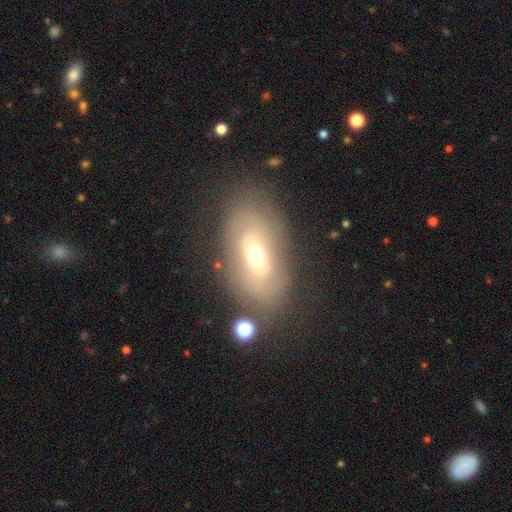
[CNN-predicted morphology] The model was most divided on "smooth or featured": featured or disk: 55%, smooth: 36%, star or artifact: 9%. More confident: edge-on disk — no (86%); merging — none (75%).